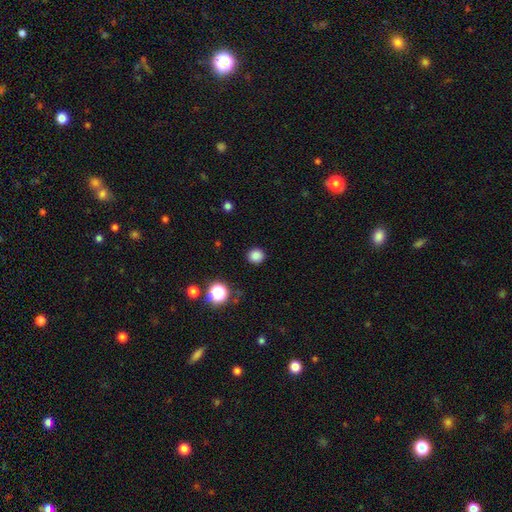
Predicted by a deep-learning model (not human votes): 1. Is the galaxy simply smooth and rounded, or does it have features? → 83% smooth, 14% star or artifact, 3% featured or disk.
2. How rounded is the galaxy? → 89% round, 10% in between, 1% cigar-shaped.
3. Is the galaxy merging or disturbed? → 90% none, 7% minor disturbance, 2% major disturbance, 1% merger.